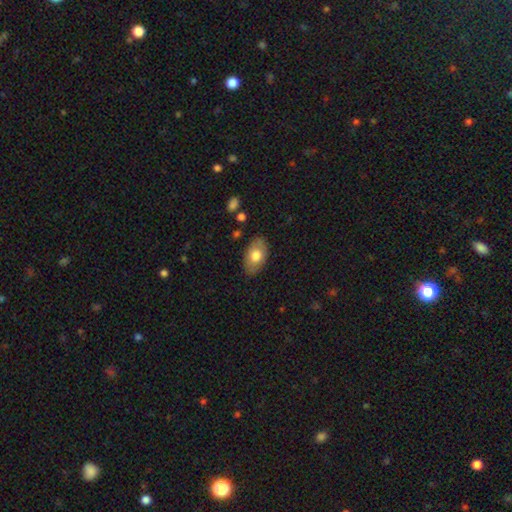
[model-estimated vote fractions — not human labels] This appears to be a smooth galaxy with no disk features (67%) that is in between round and cigar-shaped (91%). Merging: none (83%).